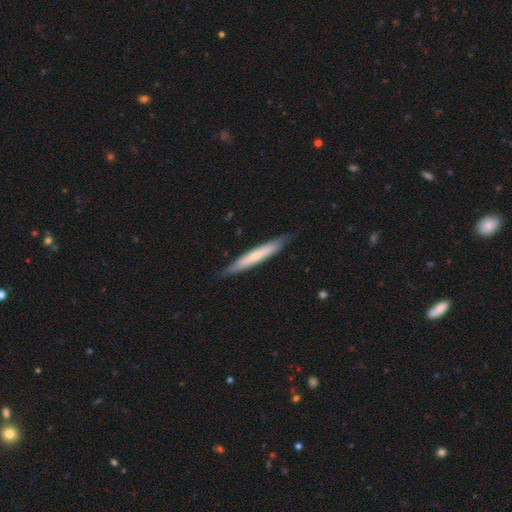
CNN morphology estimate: smooth 59%, featured or disk 36%, star or artifact 5%. Down the decision tree: how rounded — cigar-shaped (95%); merging — none (87%).